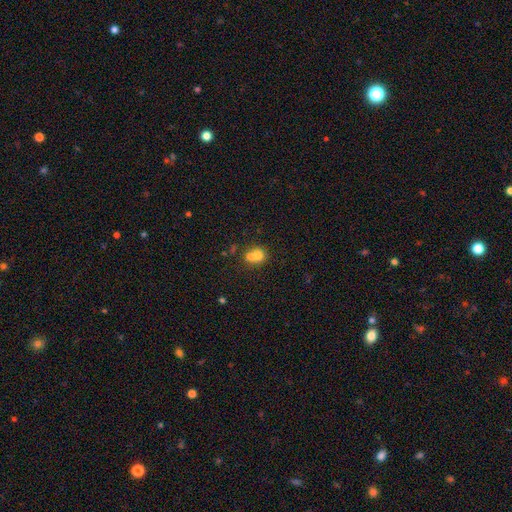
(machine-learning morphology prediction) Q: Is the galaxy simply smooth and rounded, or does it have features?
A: smooth — 70%.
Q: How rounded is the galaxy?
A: round — 62%.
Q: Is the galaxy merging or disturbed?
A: merger — 60%.